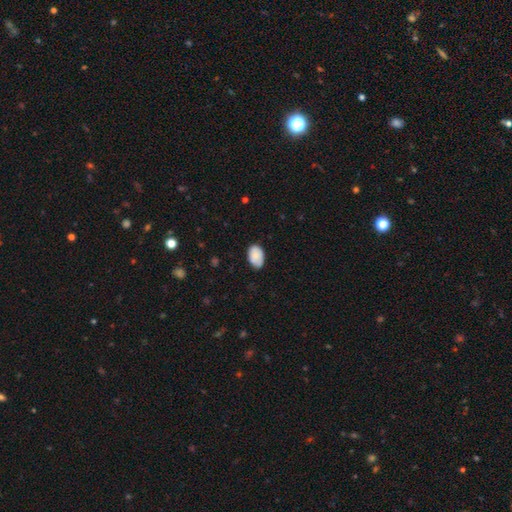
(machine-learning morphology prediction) This is clearly a smooth galaxy (81%). How rounded: clearly in between (91%). Merging: likely none (74%).